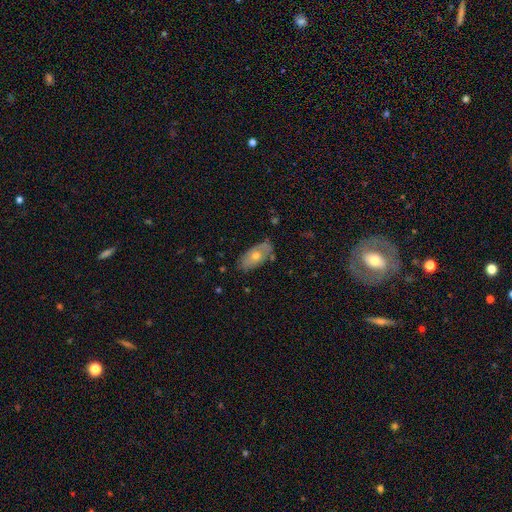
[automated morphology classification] smooth-or-featured: smooth: 50% | featured or disk: 42% | star or artifact: 8%
  how-rounded: in between: 89% | cigar-shaped: 6% | round: 5%
  merging: none: 72% | minor disturbance: 22% | major disturbance: 4% | merger: 2%